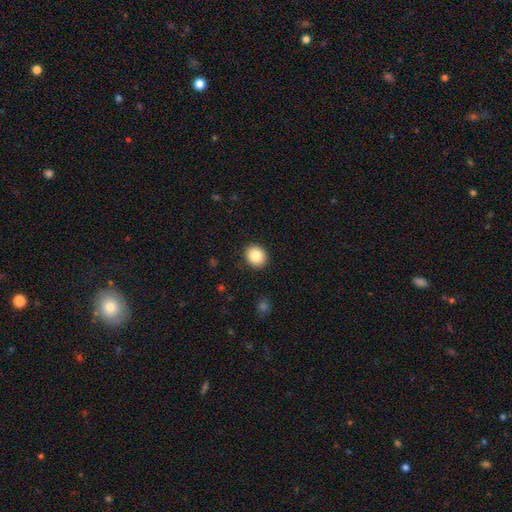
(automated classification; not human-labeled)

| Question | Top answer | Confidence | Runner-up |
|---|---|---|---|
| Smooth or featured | smooth | 84% | star or artifact (9%) |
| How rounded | round | 74% | in between (26%) |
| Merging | none | 91% | minor disturbance (7%) |